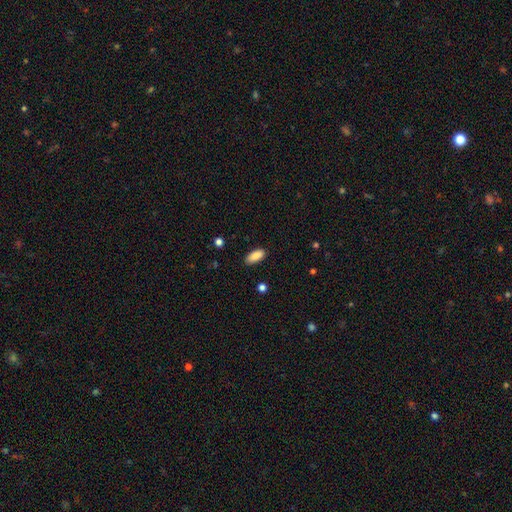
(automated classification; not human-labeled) Morphology: type=smooth (89%); roundness=in between (87%); merging=none (86%).